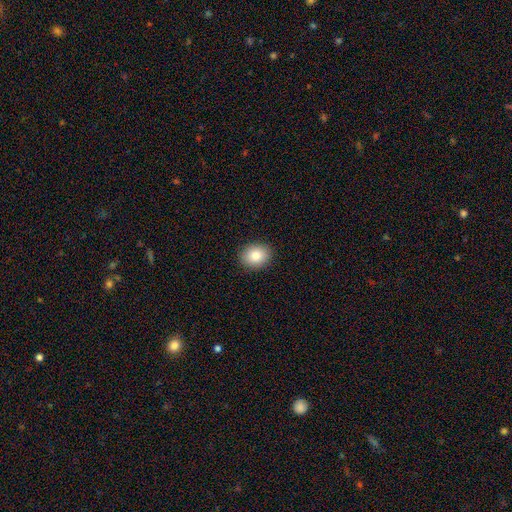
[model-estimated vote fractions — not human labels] This appears to be a smooth galaxy with no disk features (84%) that is round (50%). Merging: none (90%).